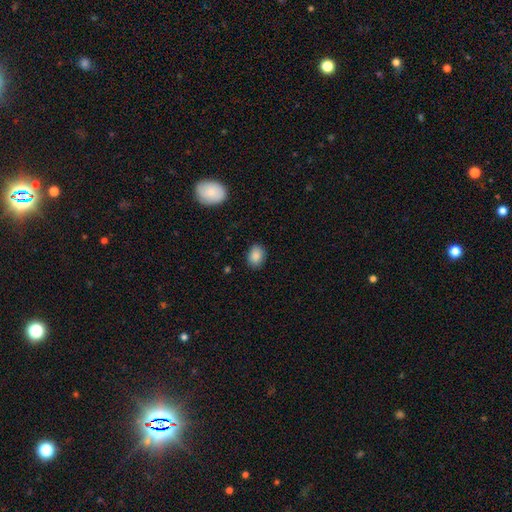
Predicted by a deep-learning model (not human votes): smooth 88%, star or artifact 8%, featured or disk 4%. Down the decision tree: how rounded — in between (66%); merging — none (86%).